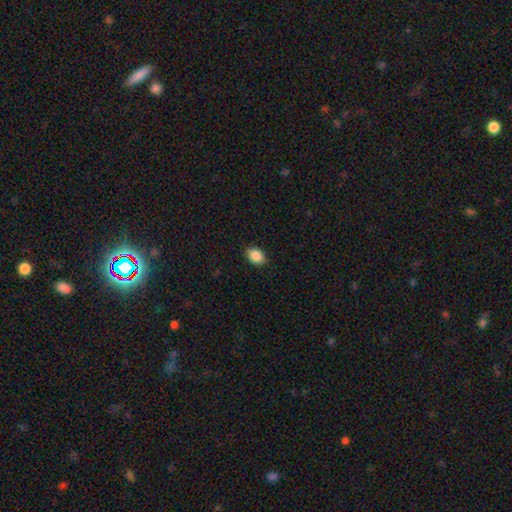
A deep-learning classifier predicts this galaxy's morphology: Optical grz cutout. It shows a smooth galaxy with no disk features (89%) that is in between round and cigar-shaped (84%). Merging: none (88%).